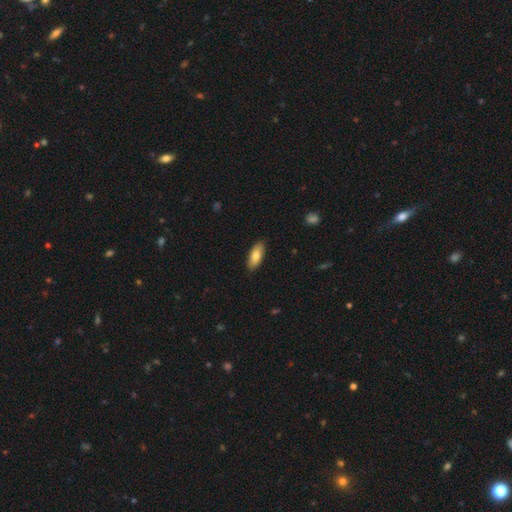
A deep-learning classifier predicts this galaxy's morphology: smooth 78%, featured or disk 16%, star or artifact 6%. Down the decision tree: how rounded — in between (77%); merging — none (86%).